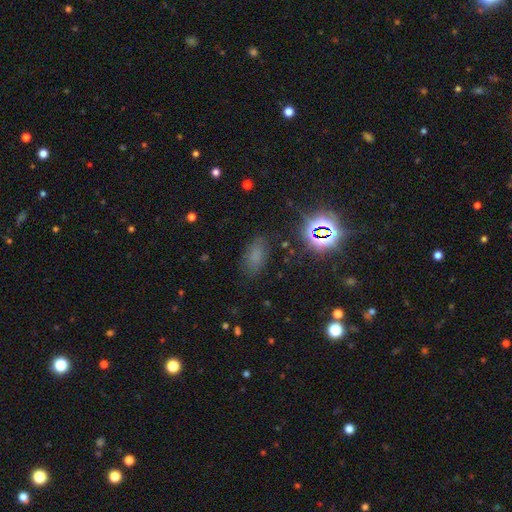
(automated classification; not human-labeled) smooth 63%, star or artifact 28%, featured or disk 9%. Down the decision tree: how rounded — in between (88%); merging — none (76%).